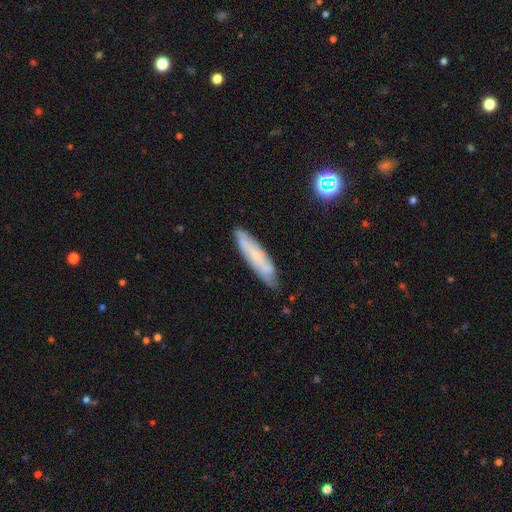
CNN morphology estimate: Smooth or featured?
  - smooth: 50% *
  - featured or disk: 42%
  - star or artifact: 8%
Merging?
  - none: 77% *
  - minor disturbance: 18%
  - major disturbance: 3%
  - merger: 2%